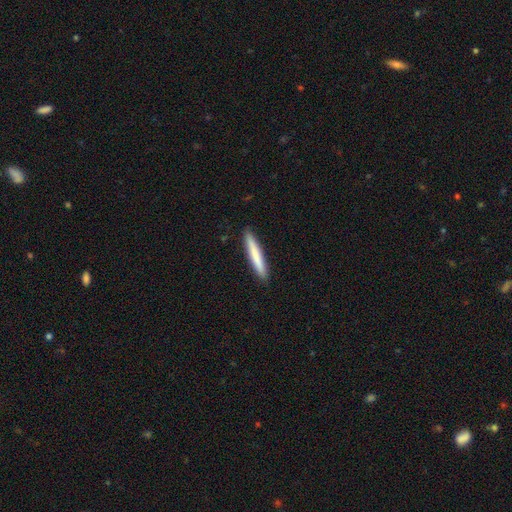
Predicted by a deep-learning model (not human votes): Smooth or featured?
  - smooth: 75% *
  - featured or disk: 19%
  - star or artifact: 5%
How rounded?
  - cigar-shaped: 96% *
  - in between: 3%
  - round: 1%
Merging?
  - none: 92% *
  - minor disturbance: 6%
  - major disturbance: 1%
  - merger: 1%